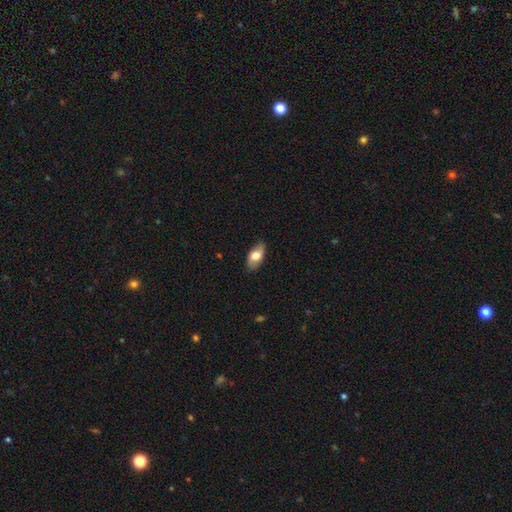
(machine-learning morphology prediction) A smooth galaxy with no disk features (72%) that is in between round and cigar-shaped (91%). Merging: none (83%).